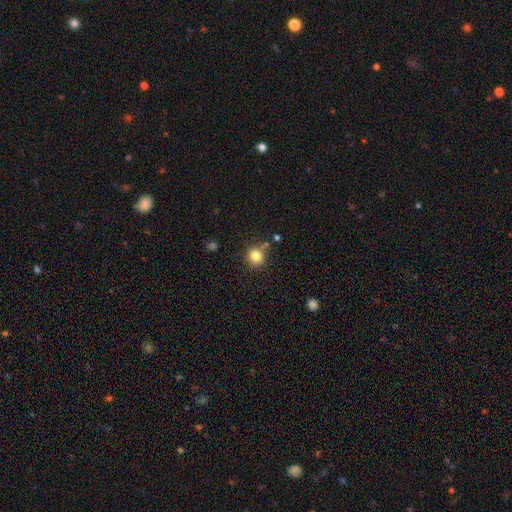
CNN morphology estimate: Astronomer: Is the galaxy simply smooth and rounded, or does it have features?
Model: smooth — 82%.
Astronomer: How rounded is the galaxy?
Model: round — 86%.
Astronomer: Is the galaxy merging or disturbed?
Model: none — 74%.